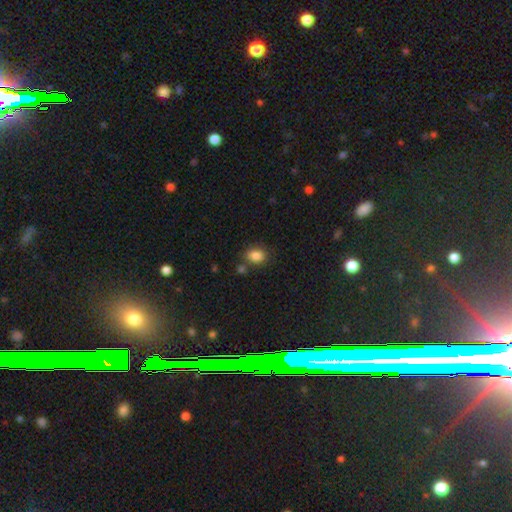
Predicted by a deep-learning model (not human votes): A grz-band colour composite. It shows a smooth galaxy with no disk features (85%) that is in between round and cigar-shaped (70%). Merging: none (73%).